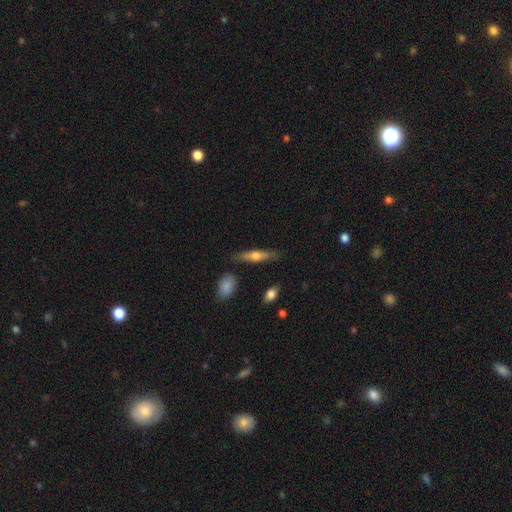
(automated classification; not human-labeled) The model was most divided on "smooth or featured": featured or disk: 49%, smooth: 45%, star or artifact: 6%. More confident: merging — none (82%).